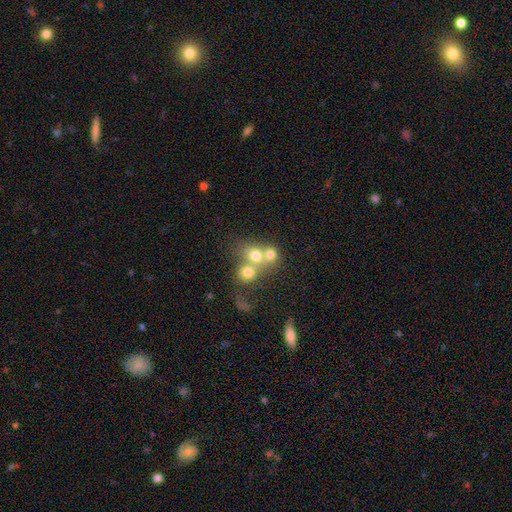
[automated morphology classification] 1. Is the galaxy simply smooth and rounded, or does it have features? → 67% smooth, 19% featured or disk, 14% star or artifact.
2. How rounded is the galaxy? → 74% round, 25% in between, 1% cigar-shaped.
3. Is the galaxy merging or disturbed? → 57% merger, 30% none, 6% minor disturbance, 6% major disturbance.